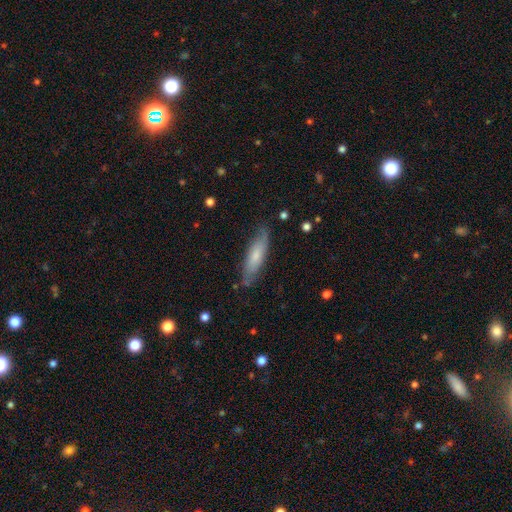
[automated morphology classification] Smooth or featured: smooth — 61% (featured or disk — 33%)
How rounded: cigar-shaped — 60% (in between — 38%)
Merging: none — 74% (minor disturbance — 20%)